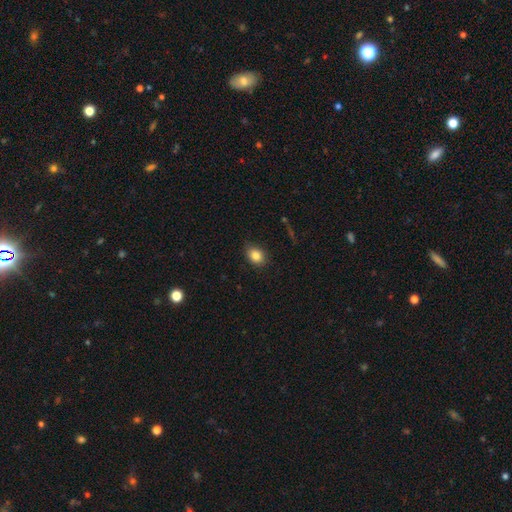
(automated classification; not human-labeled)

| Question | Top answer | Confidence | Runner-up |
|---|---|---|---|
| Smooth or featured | smooth | 84% | star or artifact (10%) |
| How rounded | in between | 62% | round (37%) |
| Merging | none | 84% | minor disturbance (13%) |